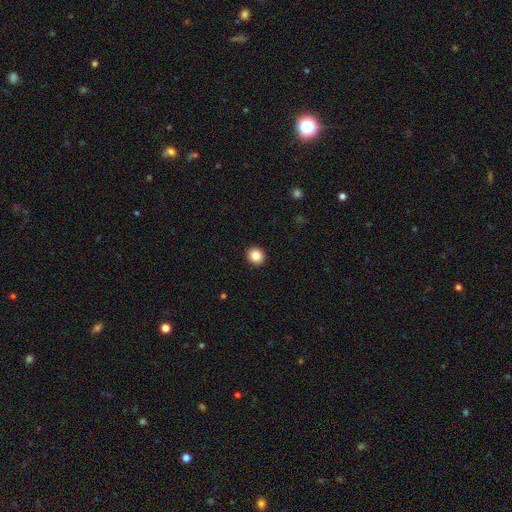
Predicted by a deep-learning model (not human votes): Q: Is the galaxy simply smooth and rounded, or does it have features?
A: smooth — 86%.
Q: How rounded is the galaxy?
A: round — 87%.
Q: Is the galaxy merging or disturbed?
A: none — 93%.